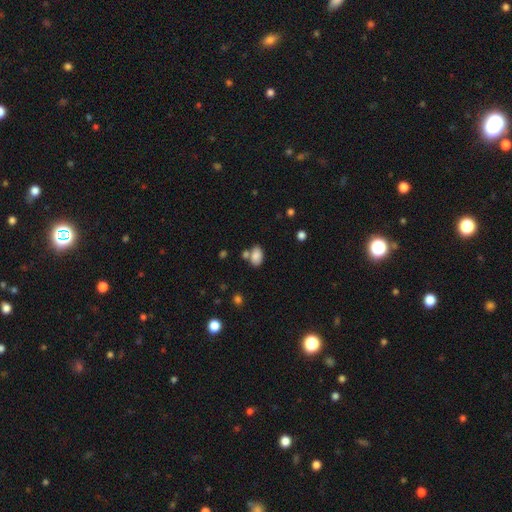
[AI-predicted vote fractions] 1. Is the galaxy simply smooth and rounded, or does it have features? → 84% smooth, 9% star or artifact, 7% featured or disk.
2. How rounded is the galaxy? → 89% in between, 9% round, 1% cigar-shaped.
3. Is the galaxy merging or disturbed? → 58% none, 22% merger, 16% minor disturbance, 5% major disturbance.